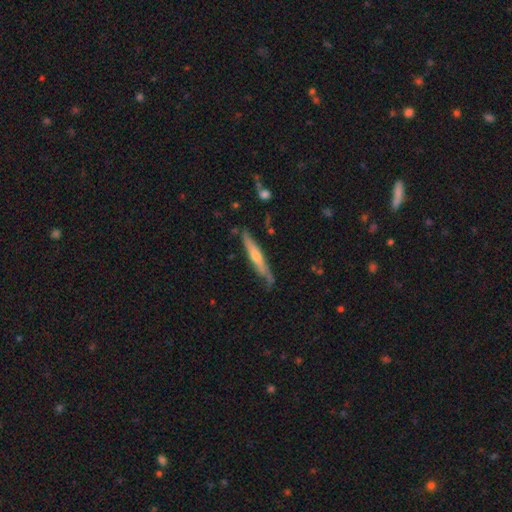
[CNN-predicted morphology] featured or disk 63%, smooth 30%, star or artifact 7%. Down the decision tree: edge-on disk — yes (91%); edge-on bulge — rounded (71%); merging — none (80%).